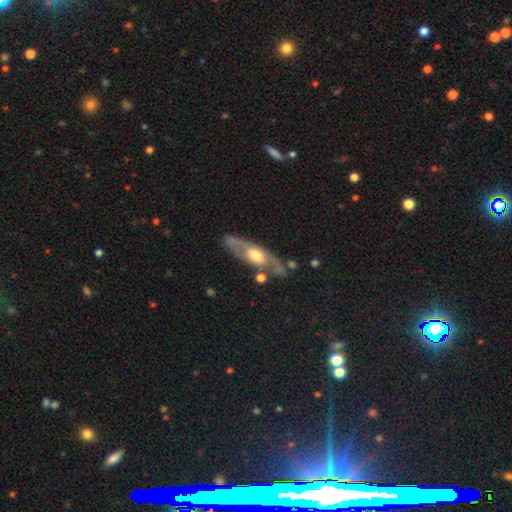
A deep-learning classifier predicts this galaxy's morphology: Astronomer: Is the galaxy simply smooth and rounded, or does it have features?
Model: featured or disk — 70%.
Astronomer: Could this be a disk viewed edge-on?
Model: no — 68%.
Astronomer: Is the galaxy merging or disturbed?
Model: none — 73%.